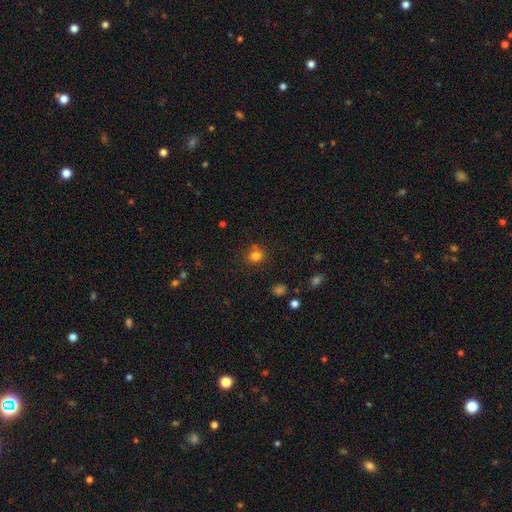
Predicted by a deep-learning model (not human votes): This is likely a smooth galaxy (78%). How rounded: clearly round (81%). Merging: likely none (73%).